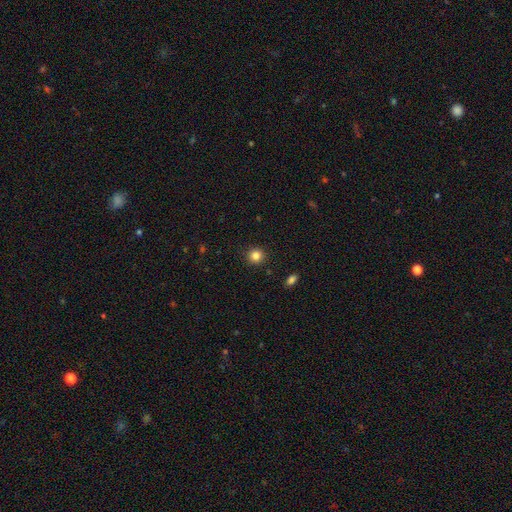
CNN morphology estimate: type=smooth (84%); roundness=round (93%); merging=none (91%).